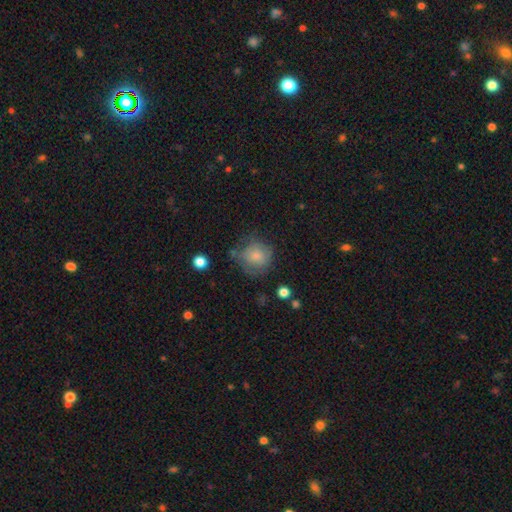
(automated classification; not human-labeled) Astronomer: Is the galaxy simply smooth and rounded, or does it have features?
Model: smooth — 74%.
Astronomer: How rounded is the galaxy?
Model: round — 85%.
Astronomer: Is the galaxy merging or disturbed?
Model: none — 54%.